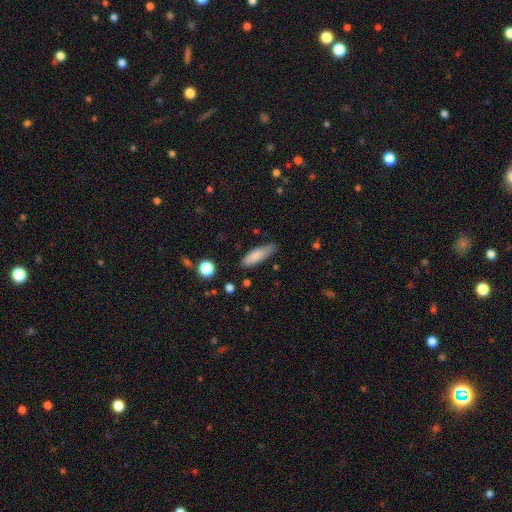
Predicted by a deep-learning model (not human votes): Smooth or featured? smooth (83%)
How rounded? in between (50%)
Merging? none (77%)